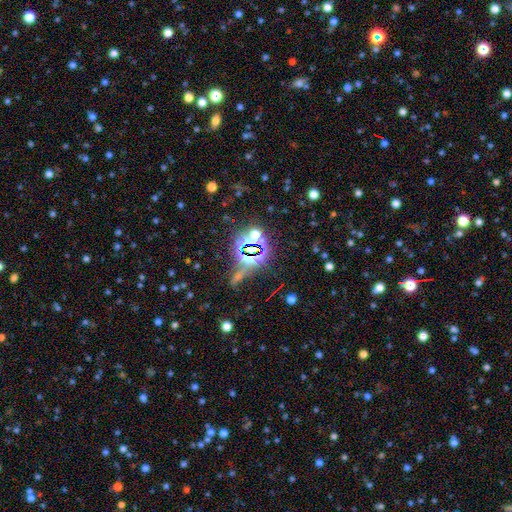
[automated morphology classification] Q: Smooth or featured?
A: star or artifact (81%); runner-up: smooth (12%)